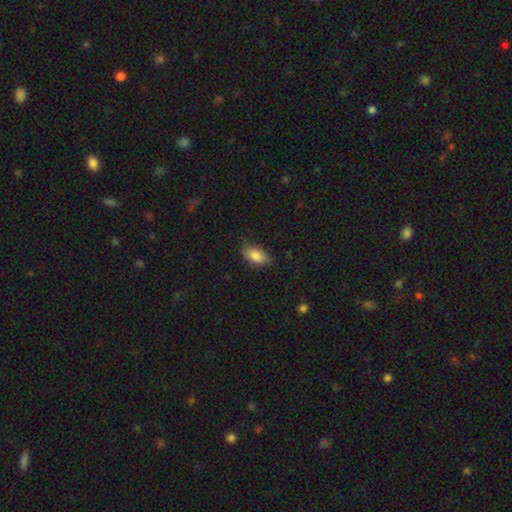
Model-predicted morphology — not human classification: Overall: smooth (87%). How rounded: in between (91%). Merging: none (78%).